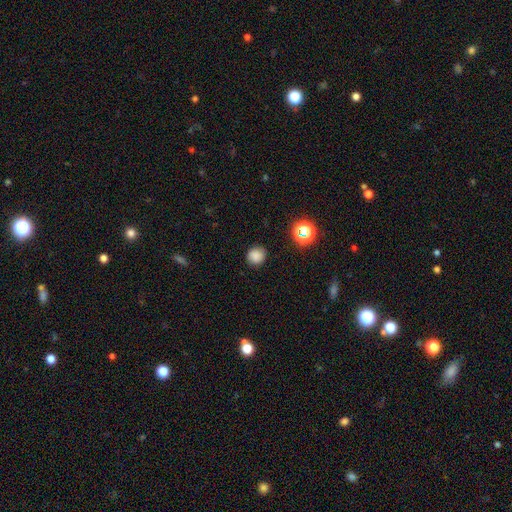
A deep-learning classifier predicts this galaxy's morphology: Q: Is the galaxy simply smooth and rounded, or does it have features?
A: smooth — 81%.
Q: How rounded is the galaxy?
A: round — 85%.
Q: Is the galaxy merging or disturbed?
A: none — 86%.